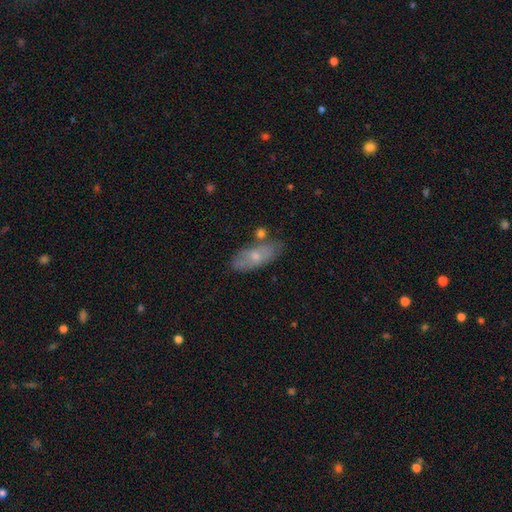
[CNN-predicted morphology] smooth-or-featured: smooth: 58% | featured or disk: 35% | star or artifact: 7%
  how-rounded: in between: 79% | cigar-shaped: 17% | round: 4%
  merging: none: 67% | minor disturbance: 20% | merger: 8% | major disturbance: 5%